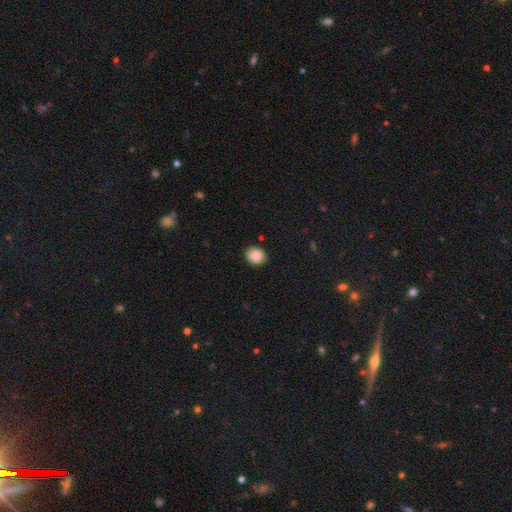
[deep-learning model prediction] smooth_or_featured: smooth (p=0.87) [alt: star or artifact p=0.08]
how_rounded: round (p=0.71) [alt: in between p=0.28]
merging: none (p=0.89) [alt: minor disturbance p=0.08]